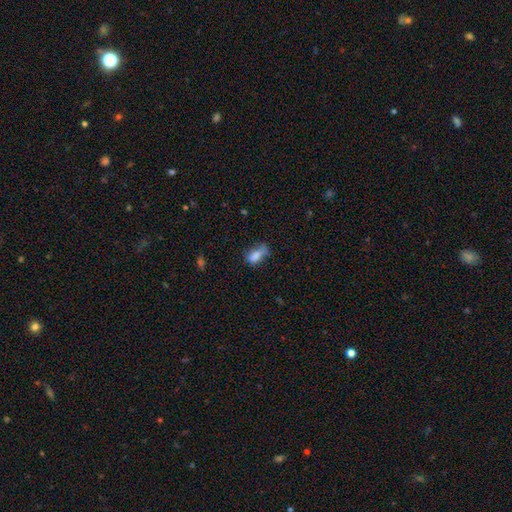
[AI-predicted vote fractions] Smooth or featured? Predicted: smooth (p=0.73). How rounded? Predicted: in between (p=0.83). Merging? Predicted: none (p=0.40).